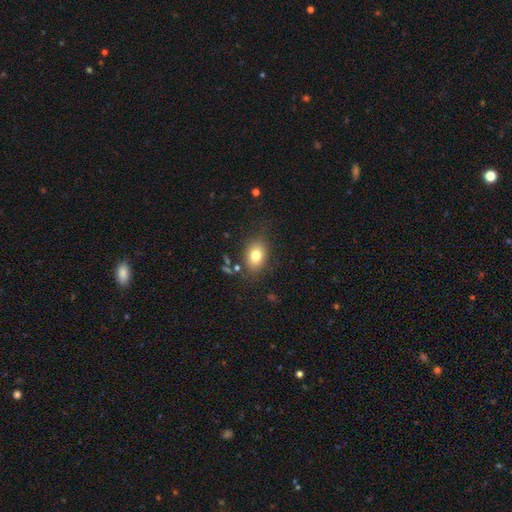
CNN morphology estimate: The model was most divided on "how rounded": in between: 72%, round: 26%, cigar-shaped: 1%. More confident: merging — none (79%); smooth or featured — smooth (77%).